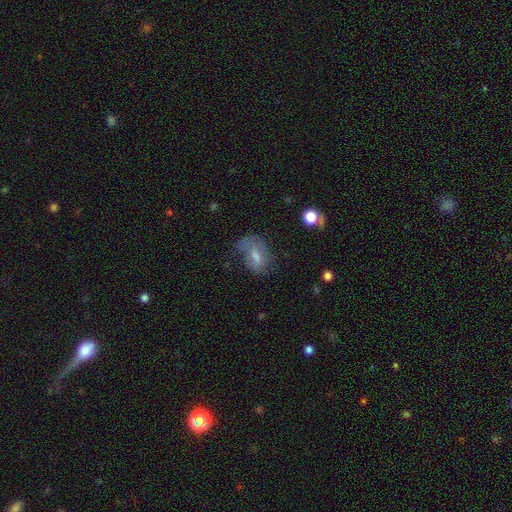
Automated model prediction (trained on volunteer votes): Smooth or featured? smooth (58%)
How rounded? in between (84%)
Merging? none (39%)